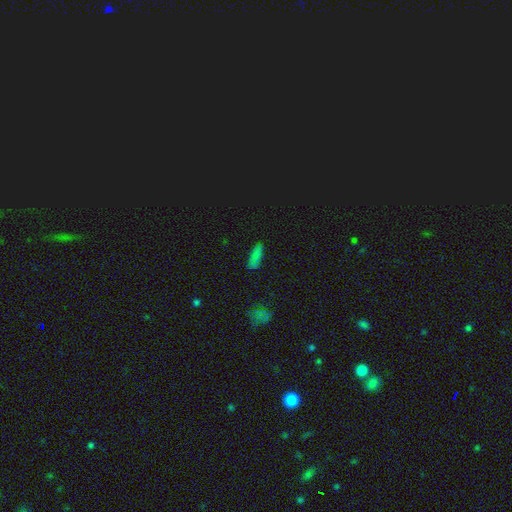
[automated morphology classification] type=smooth (75%); roundness=in between (63%); merging=none (79%).